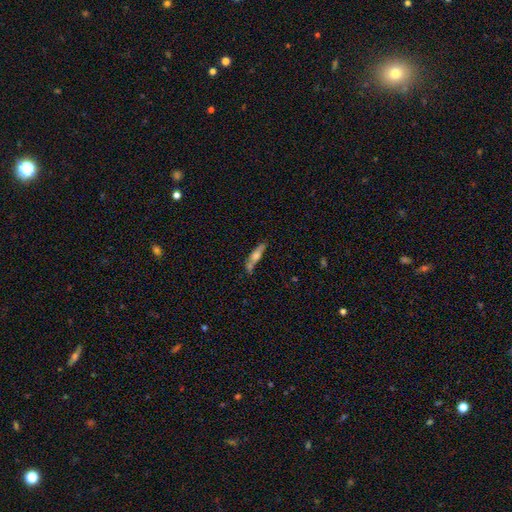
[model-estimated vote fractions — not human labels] A smooth galaxy with no disk features (47%).

Vote fractions:
- Smooth or featured? smooth: 47% / featured or disk: 44% / star or artifact: 9%
- Merging? none: 58% / minor disturbance: 20% / merger: 16% / major disturbance: 7%